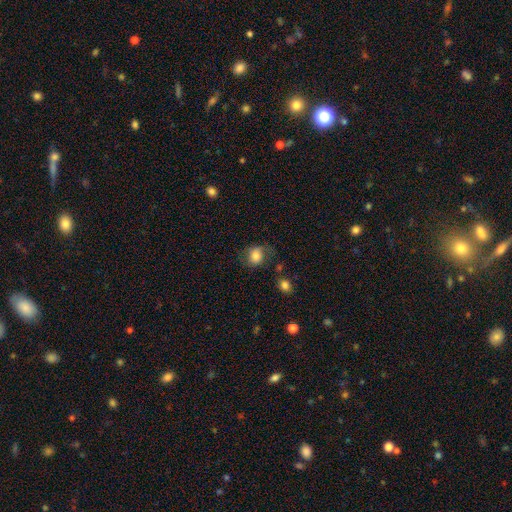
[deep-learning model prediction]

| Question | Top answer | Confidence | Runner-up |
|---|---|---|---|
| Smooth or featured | smooth | 74% | featured or disk (17%) |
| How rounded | round | 55% | in between (44%) |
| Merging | none | 56% | minor disturbance (26%) |